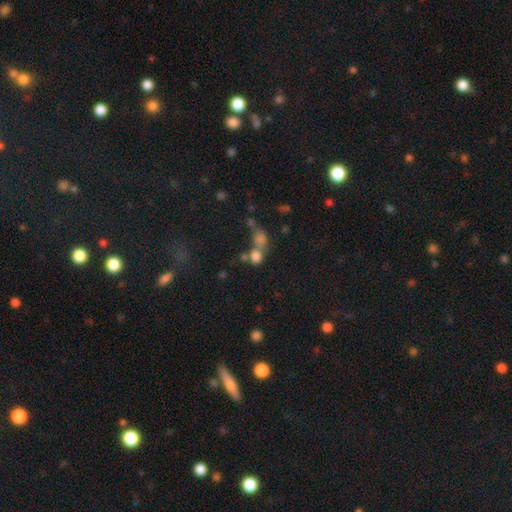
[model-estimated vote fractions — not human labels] This appears to be a smooth galaxy with no disk features (75%) that is round (66%). Merging: merger (50%).